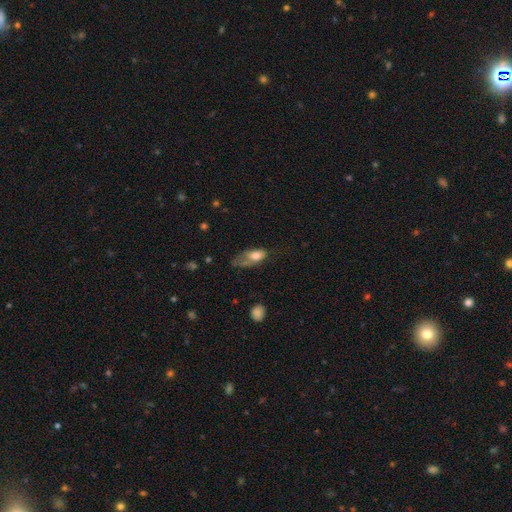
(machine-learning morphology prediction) A smooth galaxy with no disk features (69%) that is in between round and cigar-shaped (85%). Merging: major disturbance (46%).